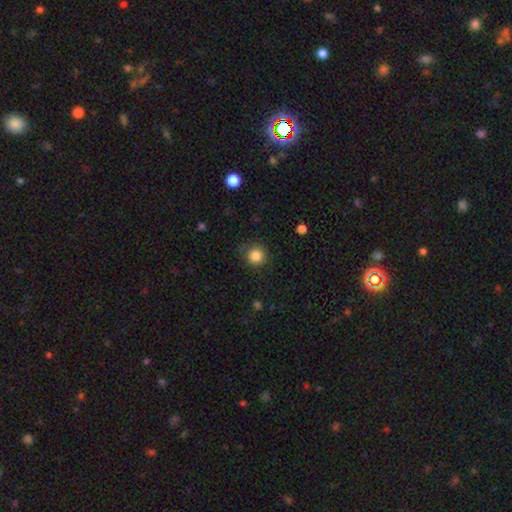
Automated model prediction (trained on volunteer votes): This is clearly a smooth galaxy (85%). How rounded: clearly round (94%). Merging: clearly none (85%).